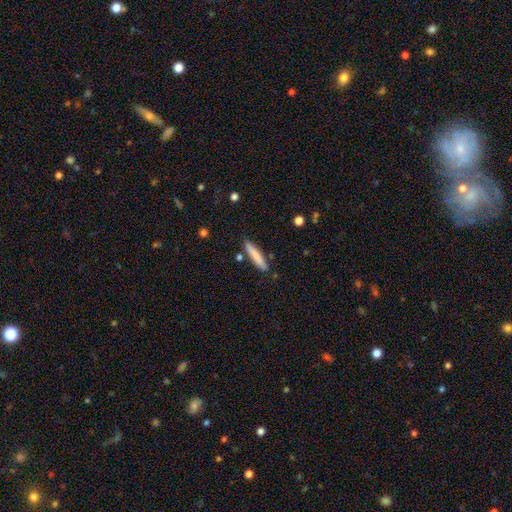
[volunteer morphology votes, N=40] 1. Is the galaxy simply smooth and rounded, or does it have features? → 82% smooth, 12% featured or disk, 5% star or artifact.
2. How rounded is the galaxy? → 94% cigar-shaped, 6% in between, 0% round.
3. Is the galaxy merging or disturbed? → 84% none, 11% minor disturbance, 5% merger, 0% major disturbance.